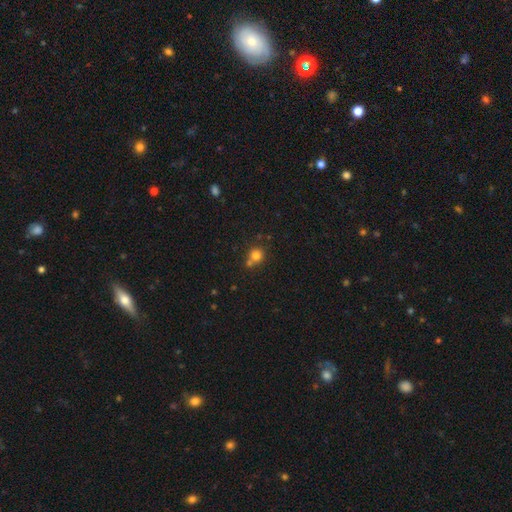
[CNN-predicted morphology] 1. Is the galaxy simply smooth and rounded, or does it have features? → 79% smooth, 13% star or artifact, 8% featured or disk.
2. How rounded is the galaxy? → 89% round, 10% in between, 1% cigar-shaped.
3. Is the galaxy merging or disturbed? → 57% none, 31% merger, 9% minor disturbance, 3% major disturbance.